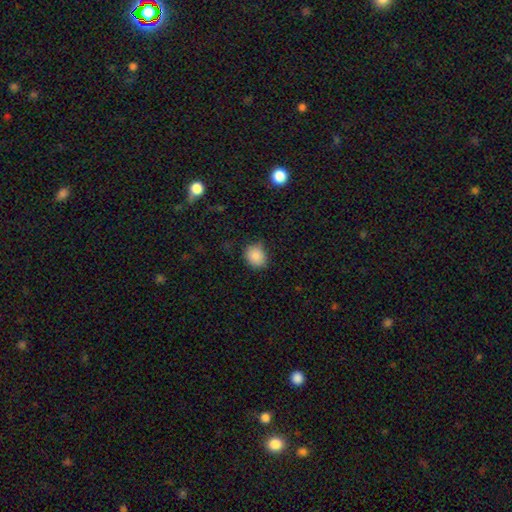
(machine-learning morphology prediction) This is clearly a smooth galaxy (87%). How rounded: likely round (65%). Merging: likely none (74%).